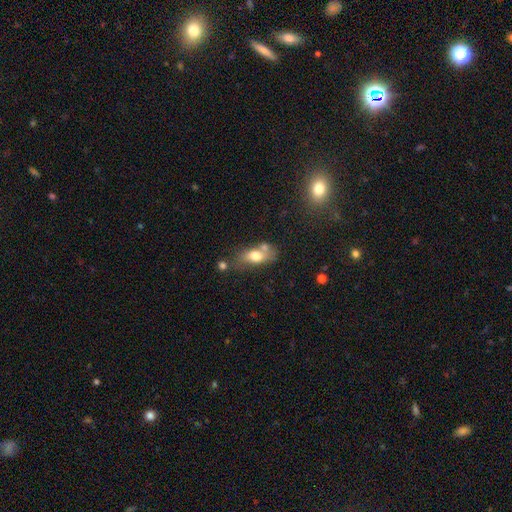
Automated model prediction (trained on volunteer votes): Smooth or featured? smooth (69%)
How rounded? in between (82%)
Merging? none (43%)